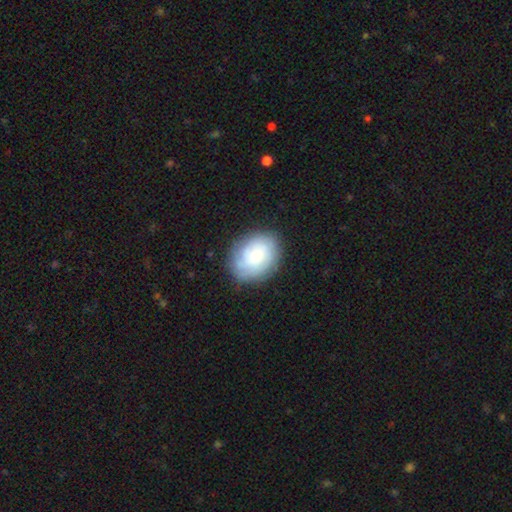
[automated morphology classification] This is possibly a smooth galaxy (60%). How rounded: likely in between (64%). Merging: clearly none (80%).